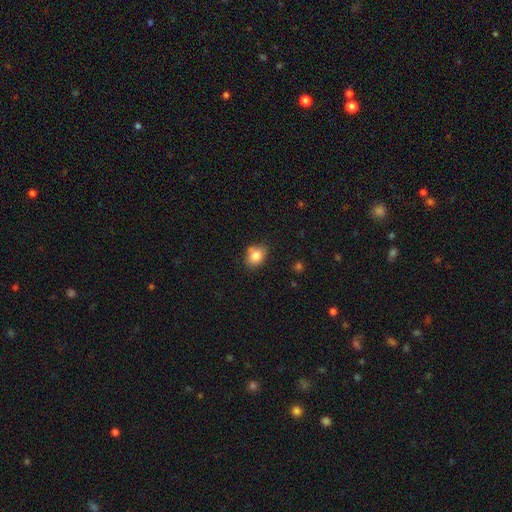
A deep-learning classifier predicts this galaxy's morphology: A smooth galaxy with no disk features (81%) that is in between round and cigar-shaped (56%). Merging: none (72%).